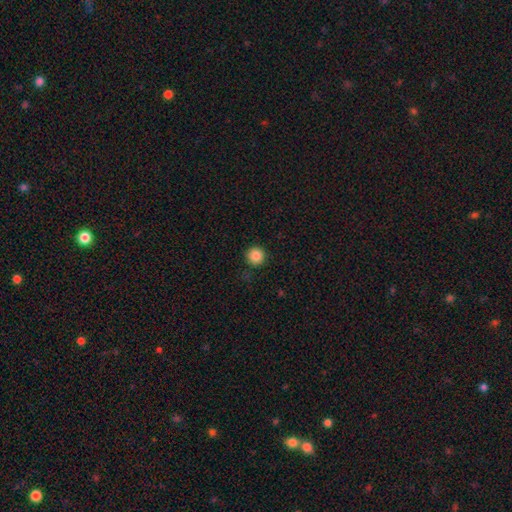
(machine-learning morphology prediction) type=smooth (86%); roundness=round (96%); merging=none (90%).